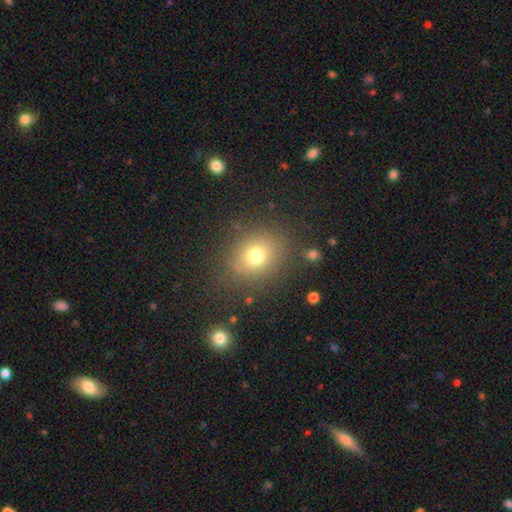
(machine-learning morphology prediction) smooth_or_featured: smooth (p=0.73) [alt: star or artifact p=0.16]
how_rounded: round (p=0.69) [alt: in between p=0.30]
merging: none (p=0.83) [alt: minor disturbance p=0.10]